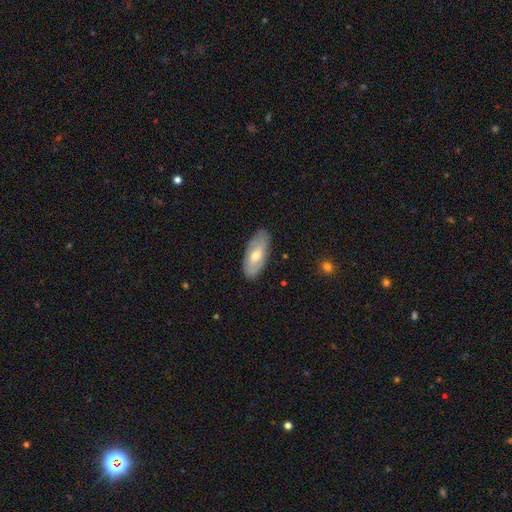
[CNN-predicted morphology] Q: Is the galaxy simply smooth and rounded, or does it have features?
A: smooth — 55%.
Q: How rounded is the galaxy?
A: in between — 87%.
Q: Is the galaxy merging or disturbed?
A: none — 84%.